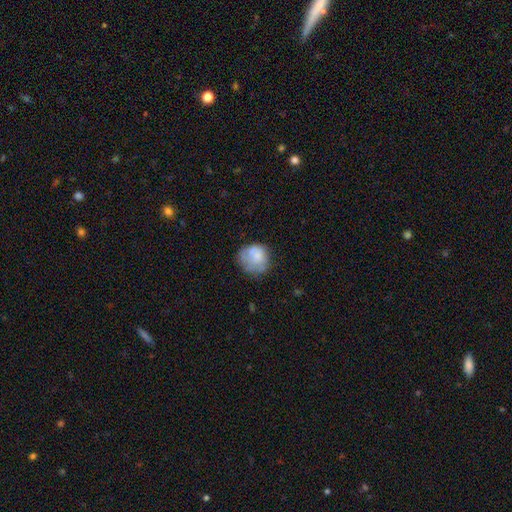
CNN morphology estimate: This is likely a smooth galaxy (68%). How rounded: likely round (77%). Merging: possibly none (57%).